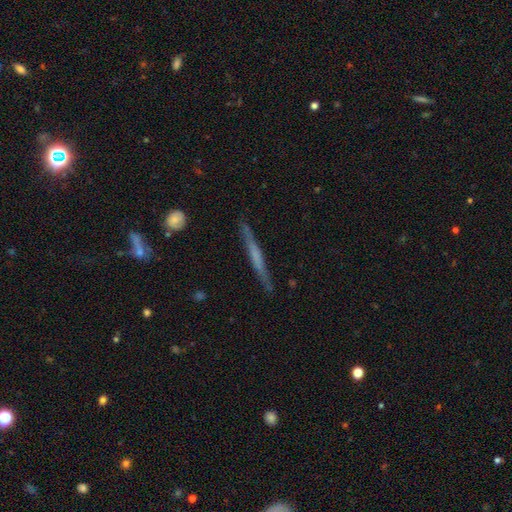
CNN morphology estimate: Smooth or featured? featured or disk (59%)
Edge-on disk? yes (96%)
Edge-on bulge? none (65%)
Merging? none (88%)